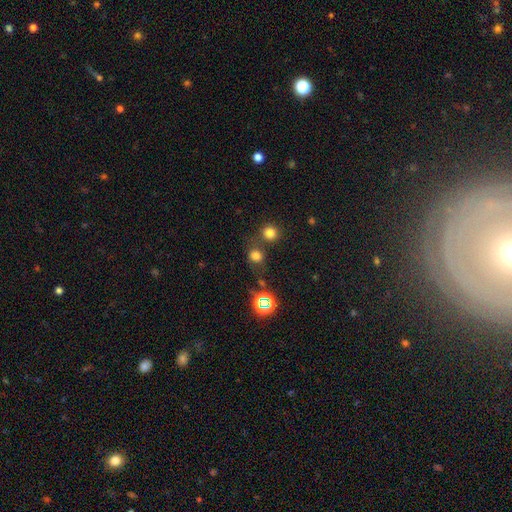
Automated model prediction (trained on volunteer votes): Smooth or featured: smooth — 69% (star or artifact — 23%)
How rounded: round — 77% (in between — 22%)
Merging: none — 62% (merger — 20%)